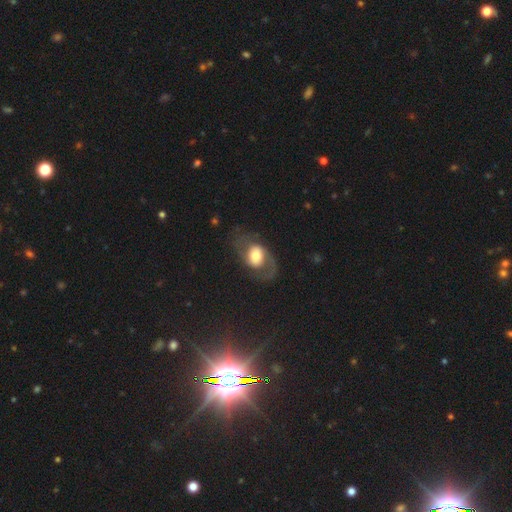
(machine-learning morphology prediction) A featured or disk galaxy (60%) with no bar (60%), spiral arms (78%) and a moderate central bulge (47%).

Vote fractions:
- Smooth or featured? featured or disk: 60% / smooth: 33% / star or artifact: 7%
- Edge-on disk? no: 96% / yes: 4%
- Bar? no: 60% / weak: 30% / strong: 10%
- Spiral arms? yes: 78% / no: 22%
- Bulge size? moderate: 47% / large: 38% / small: 7% / dominant: 6% / none: 1%
- Merging? none: 60% / major disturbance: 20% / minor disturbance: 18% / merger: 2%